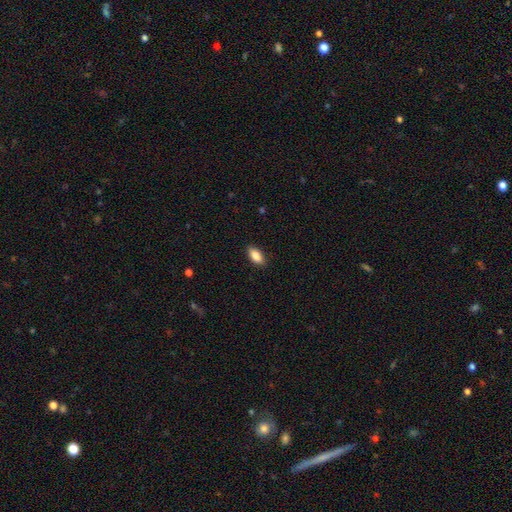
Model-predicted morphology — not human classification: smooth-or-featured: smooth: 86% | featured or disk: 8% | star or artifact: 7%
  how-rounded: in between: 88% | cigar-shaped: 9% | round: 3%
  merging: none: 88% | minor disturbance: 9% | major disturbance: 2% | merger: 1%